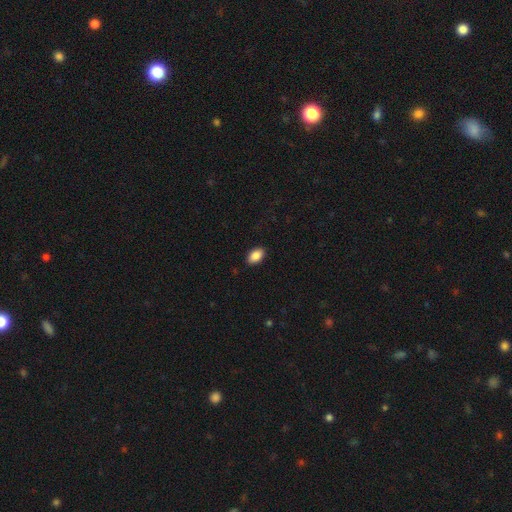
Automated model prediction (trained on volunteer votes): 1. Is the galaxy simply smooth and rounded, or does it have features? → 88% smooth, 8% star or artifact, 4% featured or disk.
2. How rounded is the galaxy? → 91% in between, 8% round, 1% cigar-shaped.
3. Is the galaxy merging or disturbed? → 89% none, 8% minor disturbance, 2% major disturbance, 1% merger.